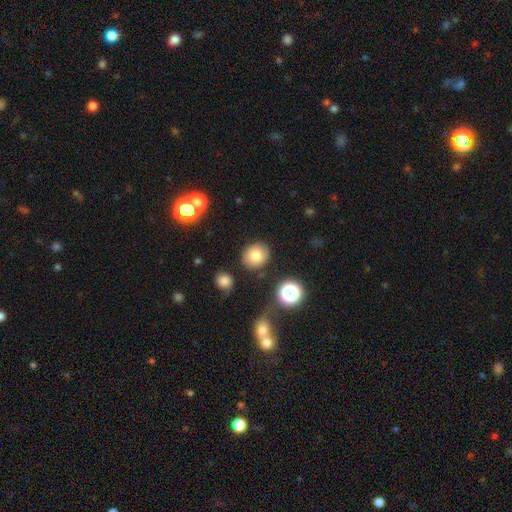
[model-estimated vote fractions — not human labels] This appears to be a smooth galaxy with no disk features (79%) that is round (79%). Merging: none (84%).